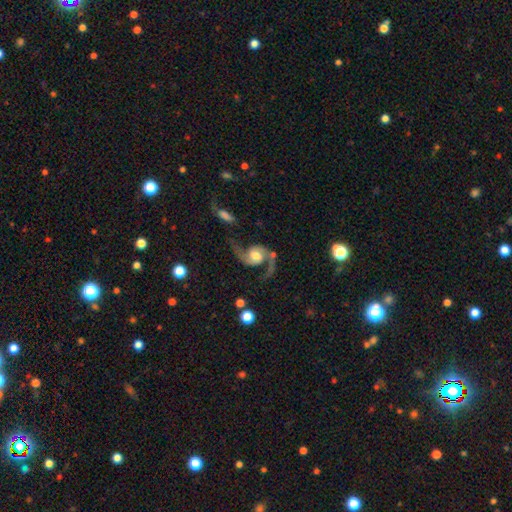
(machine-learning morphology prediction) featured or disk 90%, smooth 5%, star or artifact 5%. Down the decision tree: edge-on disk — no (98%); bar — no (53%); spiral arms — yes (98%); spiral arm count — 2 (94%); spiral winding — loose (56%); bulge size — moderate (60%); merging — none (67%).